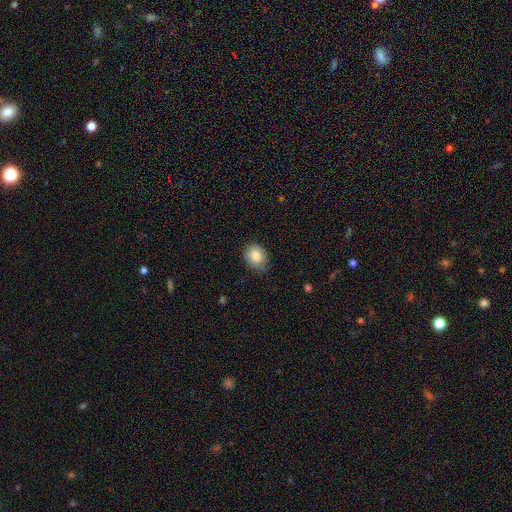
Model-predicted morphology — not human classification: Smooth or featured? Predicted: smooth (p=0.81). How rounded? Predicted: in between (p=0.57). Merging? Predicted: none (p=0.75).